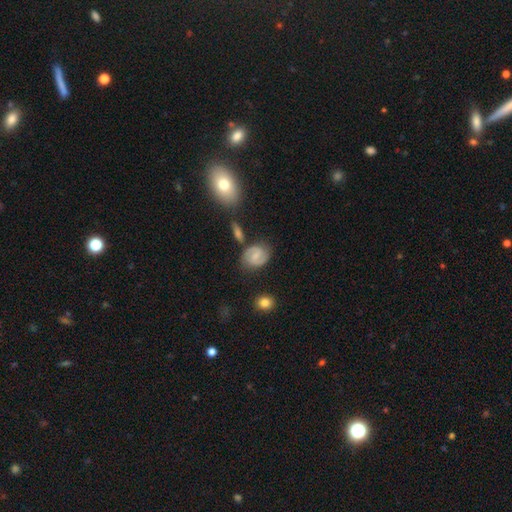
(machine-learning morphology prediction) Smooth or featured: featured or disk — 65% (smooth — 27%)
Edge-on disk: no — 97% (yes — 3%)
Bar: weak — 52% (no — 30%)
Spiral arms: yes — 92% (no — 8%)
Spiral winding: medium — 50% (tight — 29%)
Spiral arm count: 2 — 89% (can't tell — 6%)
Bulge size: small — 53% (moderate — 25%)
Merging: none — 73% (minor disturbance — 15%)